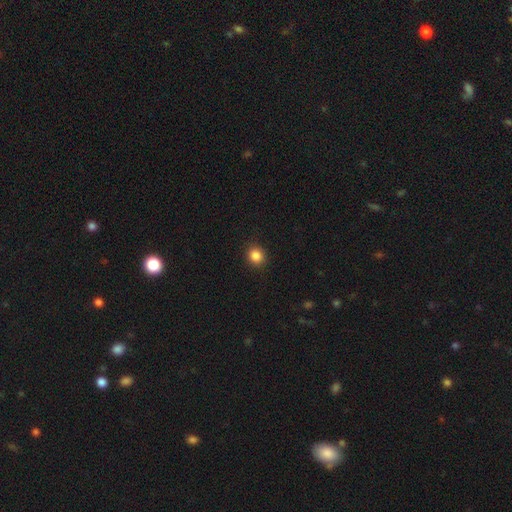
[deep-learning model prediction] Q: Smooth or featured?
A: smooth (86%); runner-up: star or artifact (11%)
Q: How rounded?
A: round (79%); runner-up: in between (20%)
Q: Merging?
A: none (91%); runner-up: minor disturbance (6%)